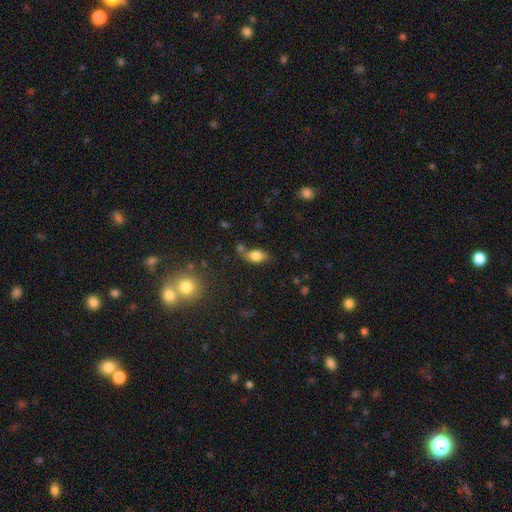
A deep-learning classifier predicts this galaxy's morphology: Smooth or featured?
  - smooth: 77% *
  - featured or disk: 14%
  - star or artifact: 9%
How rounded?
  - in between: 86% *
  - round: 8%
  - cigar-shaped: 7%
Merging?
  - none: 62% *
  - minor disturbance: 20%
  - merger: 12%
  - major disturbance: 6%